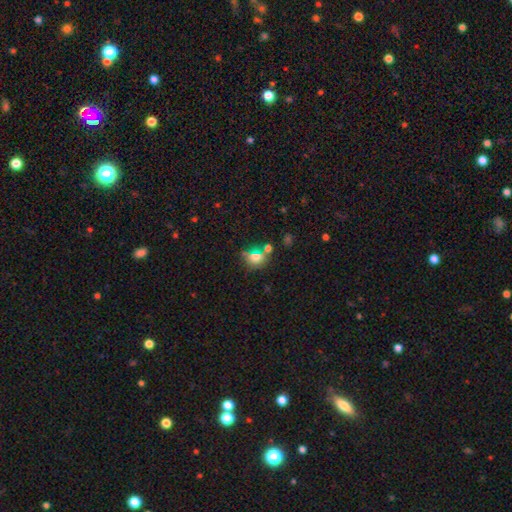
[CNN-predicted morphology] smooth_or_featured: smooth (p=0.67) [alt: star or artifact p=0.19]
how_rounded: round (p=0.68) [alt: in between p=0.30]
merging: none (p=0.60) [alt: merger p=0.19]